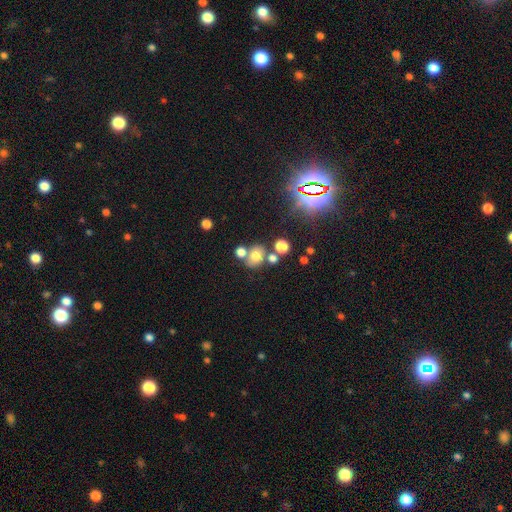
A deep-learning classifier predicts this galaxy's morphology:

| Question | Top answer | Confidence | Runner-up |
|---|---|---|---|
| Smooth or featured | smooth | 67% | star or artifact (19%) |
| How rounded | round | 61% | in between (38%) |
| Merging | none | 52% | merger (30%) |